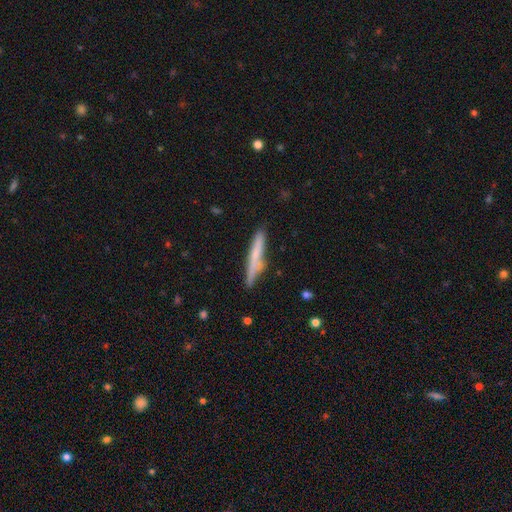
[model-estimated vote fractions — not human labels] A smooth galaxy with no disk features (63%) that is cigar-shaped (94%). Merging: none (75%).